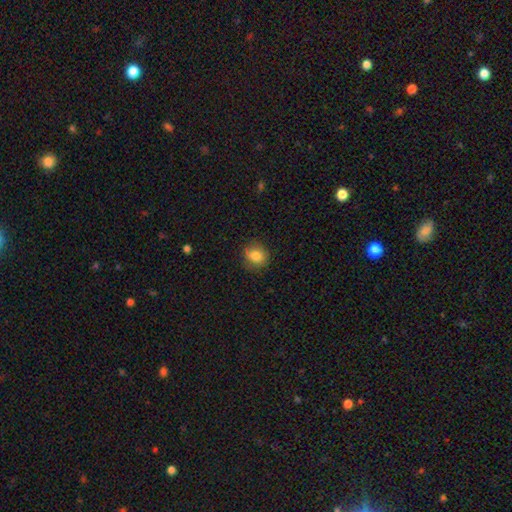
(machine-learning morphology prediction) smooth 83%, star or artifact 9%, featured or disk 7%. Down the decision tree: how rounded — round (71%); merging — none (84%).